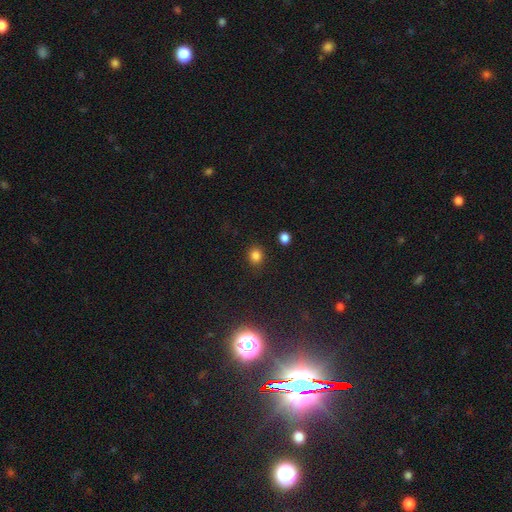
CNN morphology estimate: A smooth galaxy with no disk features (83%) that is round (74%).

Vote fractions:
- Smooth or featured? smooth: 83% / star or artifact: 13% / featured or disk: 4%
- How rounded? round: 74% / in between: 25% / cigar-shaped: 1%
- Merging? none: 87% / minor disturbance: 8% / major disturbance: 3% / merger: 2%